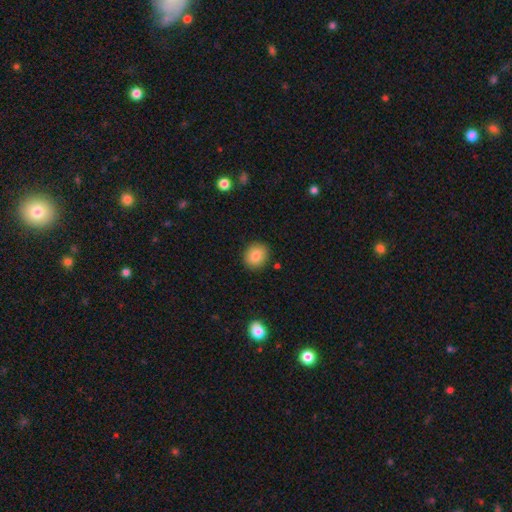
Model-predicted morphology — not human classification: Smooth or featured?
  - smooth: 84% *
  - star or artifact: 9%
  - featured or disk: 7%
How rounded?
  - round: 73% *
  - in between: 26%
  - cigar-shaped: 1%
Merging?
  - none: 88% *
  - minor disturbance: 8%
  - major disturbance: 2%
  - merger: 2%